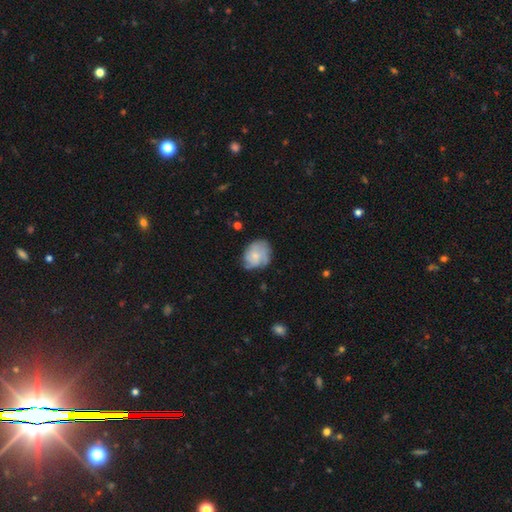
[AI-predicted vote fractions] A smooth galaxy with no disk features (47%).

Vote fractions:
- Smooth or featured? smooth: 47% / featured or disk: 46% / star or artifact: 8%
- Merging? none: 62% / minor disturbance: 27% / major disturbance: 9% / merger: 2%